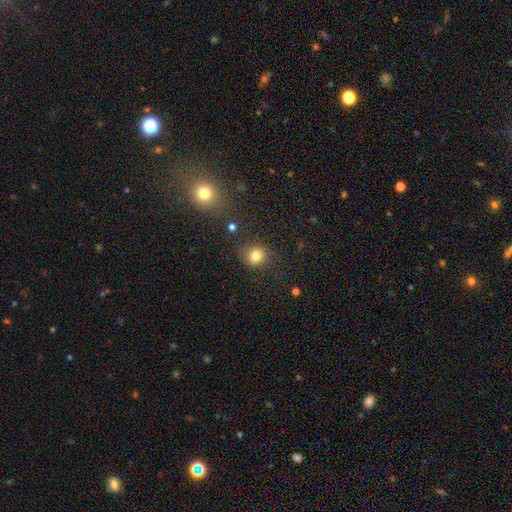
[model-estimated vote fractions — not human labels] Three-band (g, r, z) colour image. It shows a smooth galaxy with no disk features (81%) that is round (85%). Merging: none (82%).